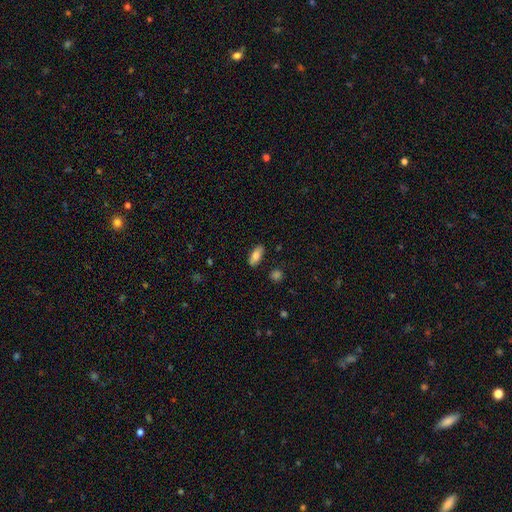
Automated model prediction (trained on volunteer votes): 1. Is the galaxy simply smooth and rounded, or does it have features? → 77% smooth, 16% featured or disk, 7% star or artifact.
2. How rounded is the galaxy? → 81% in between, 16% cigar-shaped, 3% round.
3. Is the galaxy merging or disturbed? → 86% none, 11% minor disturbance, 2% major disturbance, 2% merger.